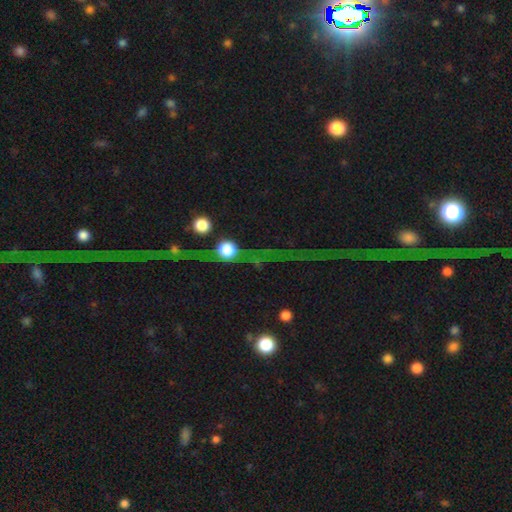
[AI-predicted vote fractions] star or artifact 76%, featured or disk 13%, smooth 11%.